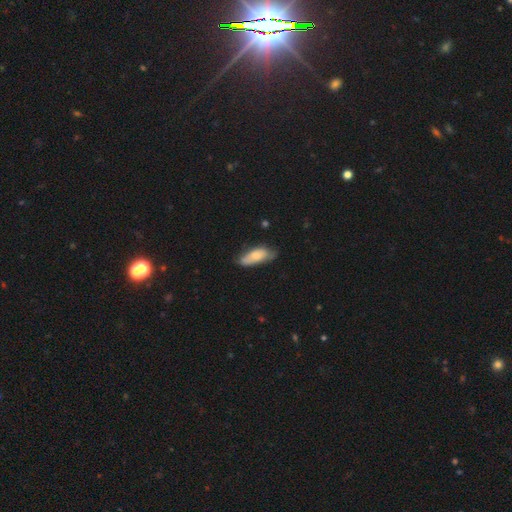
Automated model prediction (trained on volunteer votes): Smooth or featured: smooth — 72% (featured or disk — 22%)
How rounded: in between — 74% (cigar-shaped — 24%)
Merging: none — 56% (minor disturbance — 33%)